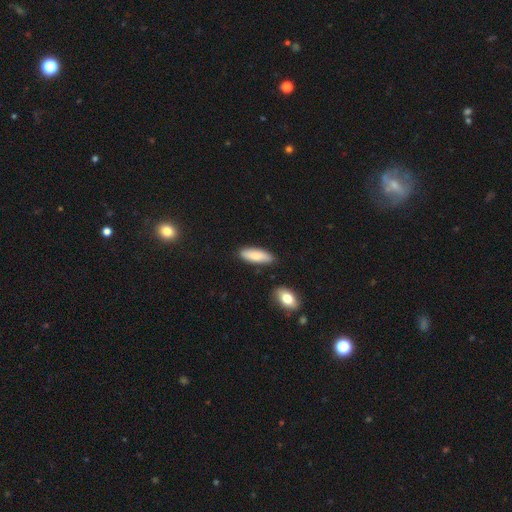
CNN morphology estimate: The model was most divided on "how rounded": in between: 60%, cigar-shaped: 38%, round: 2%. More confident: merging — none (84%); smooth or featured — smooth (83%).